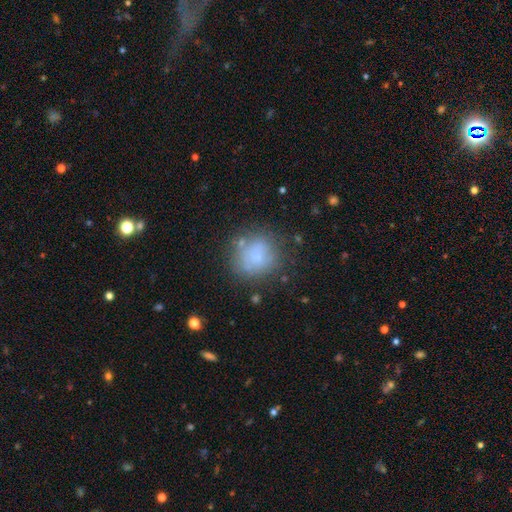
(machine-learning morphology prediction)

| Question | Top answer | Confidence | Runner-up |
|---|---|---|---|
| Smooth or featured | smooth | 67% | featured or disk (22%) |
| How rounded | round | 86% | in between (13%) |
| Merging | none | 63% | minor disturbance (20%) |